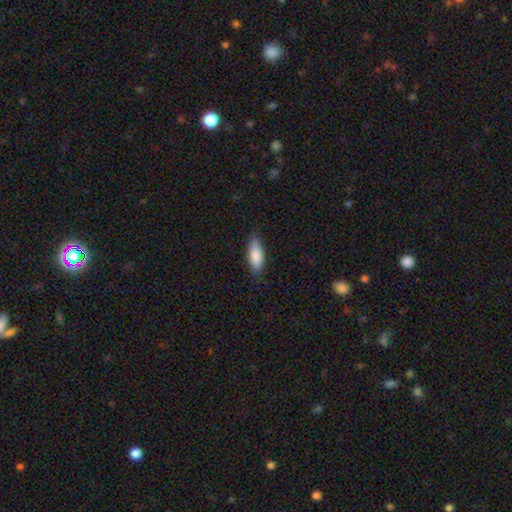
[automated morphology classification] Smooth or featured?
  - smooth: 85% *
  - featured or disk: 9%
  - star or artifact: 6%
How rounded?
  - in between: 71% *
  - cigar-shaped: 27%
  - round: 2%
Merging?
  - none: 83% *
  - minor disturbance: 14%
  - major disturbance: 2%
  - merger: 1%